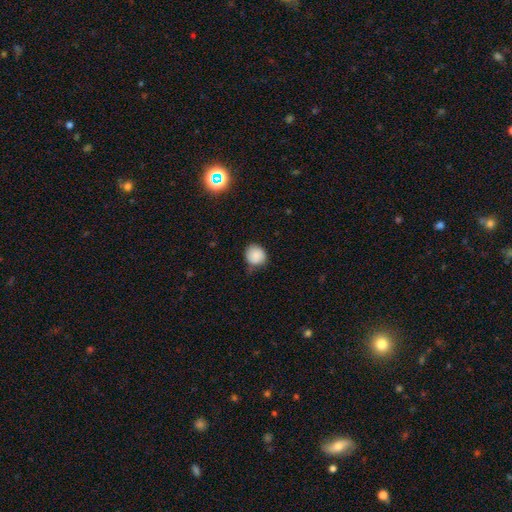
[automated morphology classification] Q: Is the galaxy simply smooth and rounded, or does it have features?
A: smooth — 87%.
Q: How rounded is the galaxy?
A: round — 85%.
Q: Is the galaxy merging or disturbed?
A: none — 67%.